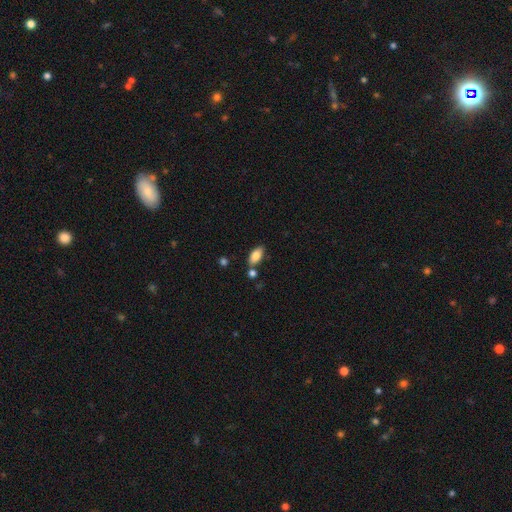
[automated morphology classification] Overall: smooth (84%). How rounded: in between (90%). Merging: none (73%).